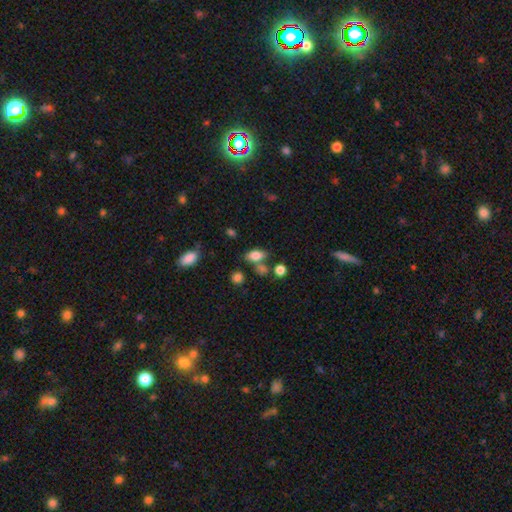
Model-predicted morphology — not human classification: This is likely a smooth galaxy (79%). How rounded: clearly in between (84%). Merging: likely none (60%).